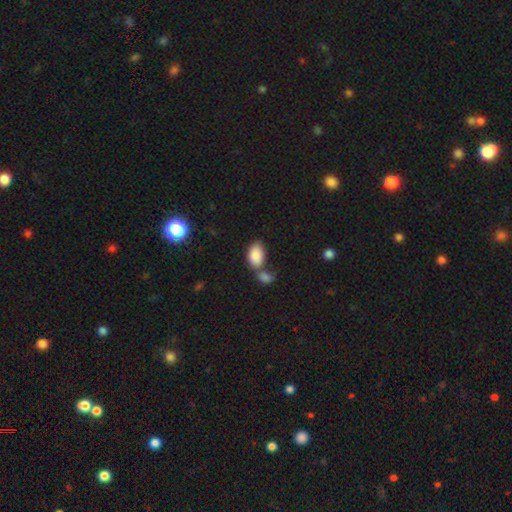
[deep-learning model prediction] A smooth galaxy with no disk features (87%) that is in between round and cigar-shaped (92%).

Vote fractions:
- Smooth or featured? smooth: 87% / star or artifact: 7% / featured or disk: 6%
- How rounded? in between: 92% / round: 6% / cigar-shaped: 1%
- Merging? none: 41% / merger: 40% / minor disturbance: 13% / major disturbance: 5%